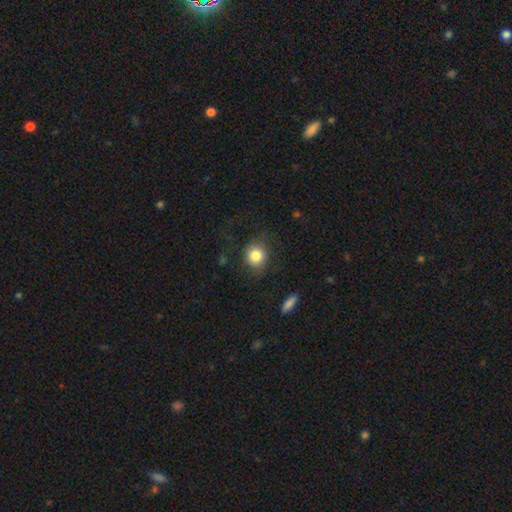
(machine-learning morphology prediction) Smooth or featured: smooth — 84% (star or artifact — 9%)
How rounded: round — 84% (in between — 15%)
Merging: none — 77% (minor disturbance — 14%)